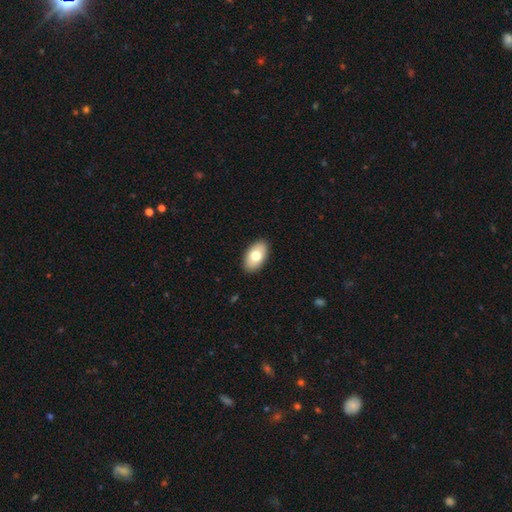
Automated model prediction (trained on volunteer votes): Q: Smooth or featured?
A: smooth (75%); runner-up: featured or disk (18%)
Q: How rounded?
A: in between (94%); runner-up: round (5%)
Q: Merging?
A: none (90%); runner-up: minor disturbance (8%)